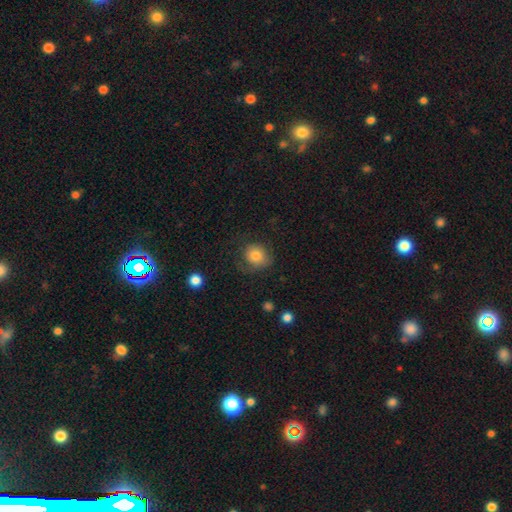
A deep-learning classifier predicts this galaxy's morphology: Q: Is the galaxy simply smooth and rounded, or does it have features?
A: smooth — 78%.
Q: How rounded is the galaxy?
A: round — 77%.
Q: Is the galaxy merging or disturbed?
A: none — 60%.